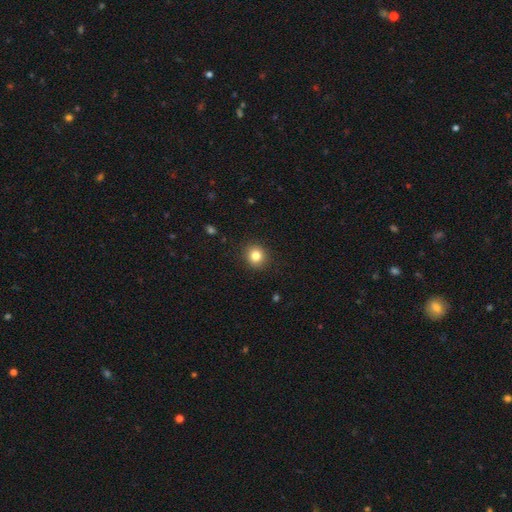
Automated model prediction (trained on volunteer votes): Q: Smooth or featured?
A: smooth (82%); runner-up: star or artifact (11%)
Q: How rounded?
A: round (86%); runner-up: in between (13%)
Q: Merging?
A: none (91%); runner-up: minor disturbance (6%)